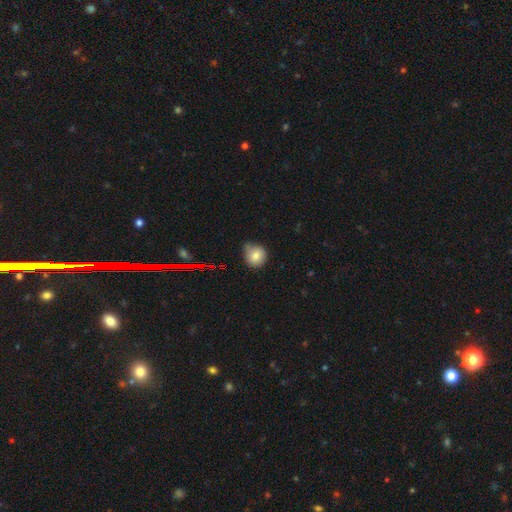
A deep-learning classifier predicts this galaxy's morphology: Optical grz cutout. It shows a smooth galaxy with no disk features (79%) that is round (85%). Merging: none (60%).